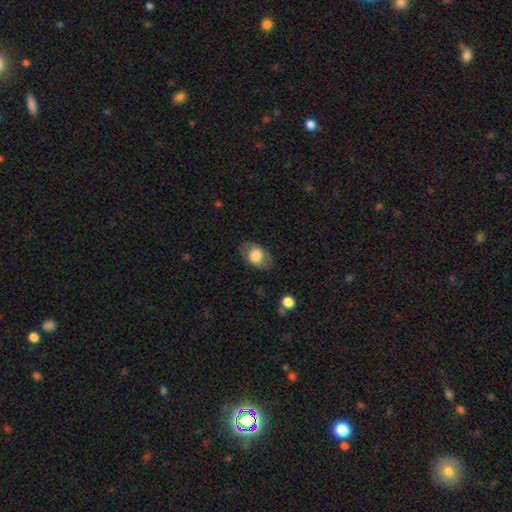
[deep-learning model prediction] Q: Smooth or featured?
A: smooth (67%); runner-up: featured or disk (26%)
Q: How rounded?
A: in between (83%); runner-up: round (16%)
Q: Merging?
A: none (75%); runner-up: minor disturbance (16%)